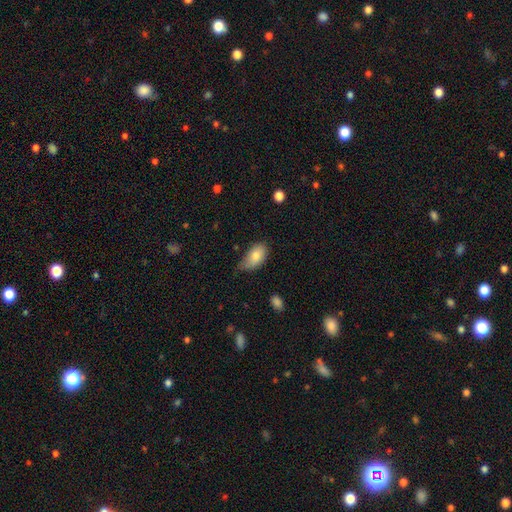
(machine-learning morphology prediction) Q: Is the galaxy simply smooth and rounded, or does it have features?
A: smooth — 81%.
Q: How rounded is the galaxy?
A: in between — 92%.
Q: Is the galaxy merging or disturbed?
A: minor disturbance — 44%.